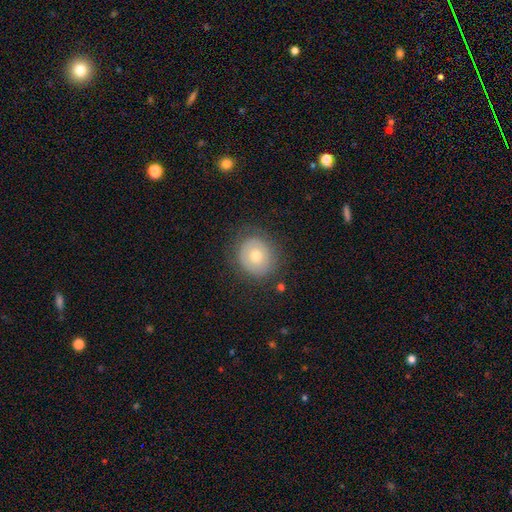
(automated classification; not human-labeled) Smooth or featured: smooth — 50% (featured or disk — 37%)
Merging: none — 84% (minor disturbance — 11%)